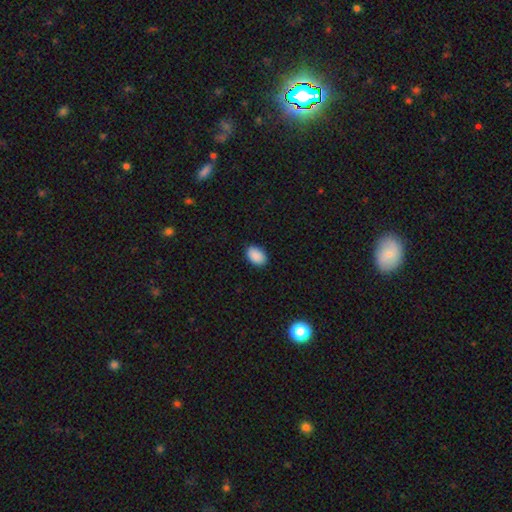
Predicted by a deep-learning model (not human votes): Morphology: type=smooth (90%); roundness=in between (91%); merging=none (89%).